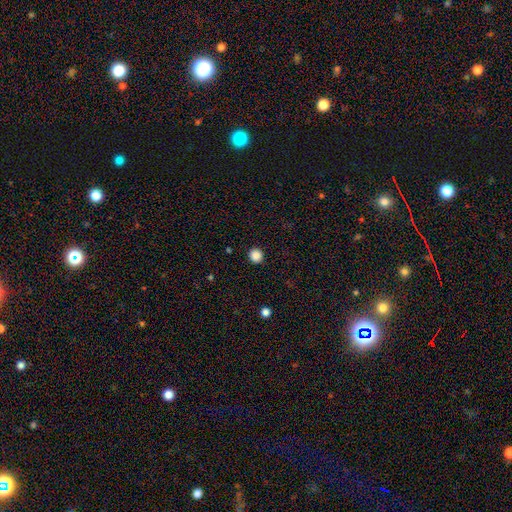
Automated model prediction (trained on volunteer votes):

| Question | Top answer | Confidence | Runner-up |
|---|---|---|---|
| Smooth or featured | smooth | 87% | star or artifact (11%) |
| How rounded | round | 93% | in between (6%) |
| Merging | none | 93% | minor disturbance (5%) |